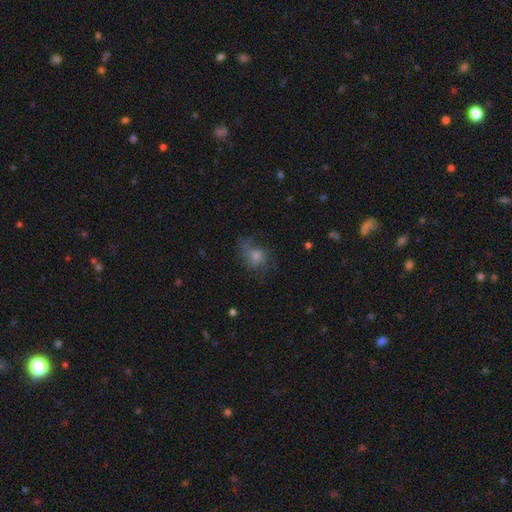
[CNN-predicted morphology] The model was most divided on "smooth or featured": smooth: 47%, featured or disk: 35%, star or artifact: 18%. More confident: merging — none (54%).